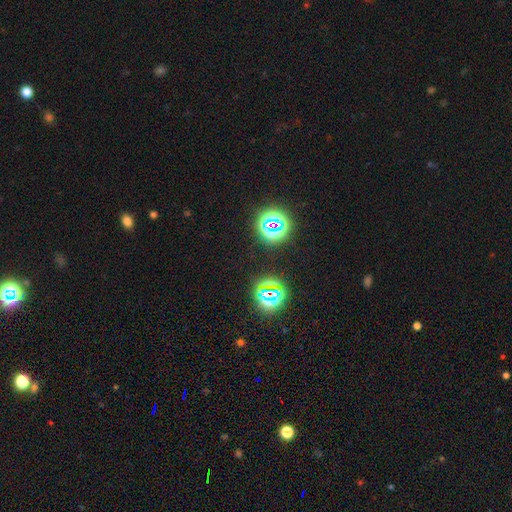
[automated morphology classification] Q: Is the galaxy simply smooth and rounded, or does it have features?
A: star or artifact — 77%.